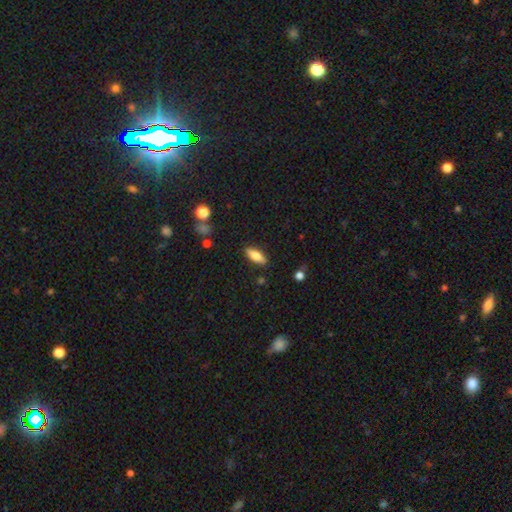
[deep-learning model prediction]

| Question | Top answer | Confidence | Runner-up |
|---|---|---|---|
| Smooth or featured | smooth | 75% | featured or disk (18%) |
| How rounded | in between | 72% | cigar-shaped (25%) |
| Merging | none | 87% | minor disturbance (9%) |